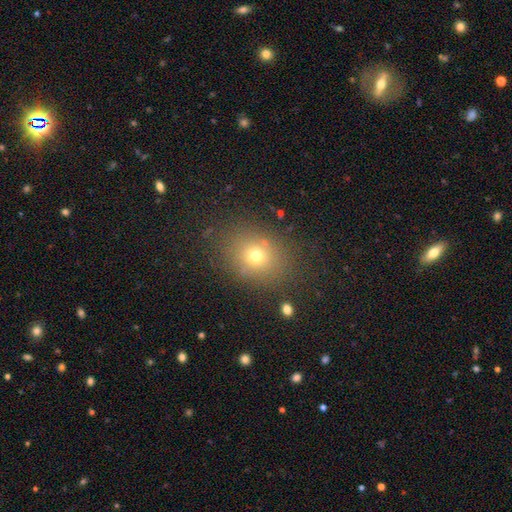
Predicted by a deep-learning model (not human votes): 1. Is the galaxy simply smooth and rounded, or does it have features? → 70% smooth, 17% star or artifact, 13% featured or disk.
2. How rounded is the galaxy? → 54% round, 45% in between, 1% cigar-shaped.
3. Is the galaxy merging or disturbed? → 81% none, 11% minor disturbance, 5% major disturbance, 3% merger.